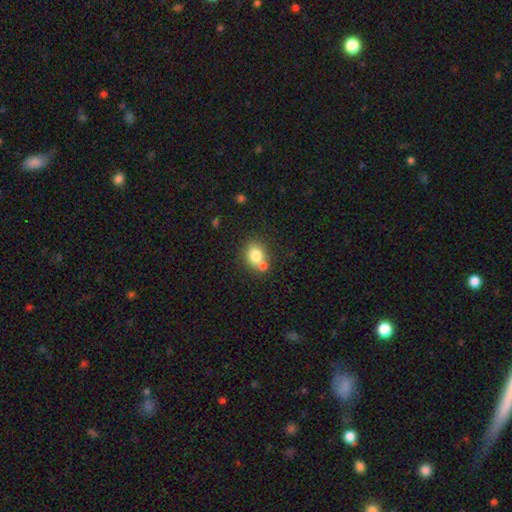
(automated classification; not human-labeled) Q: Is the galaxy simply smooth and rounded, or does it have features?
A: smooth — 79%.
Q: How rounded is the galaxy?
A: round — 58%.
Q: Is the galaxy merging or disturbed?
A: none — 52%.